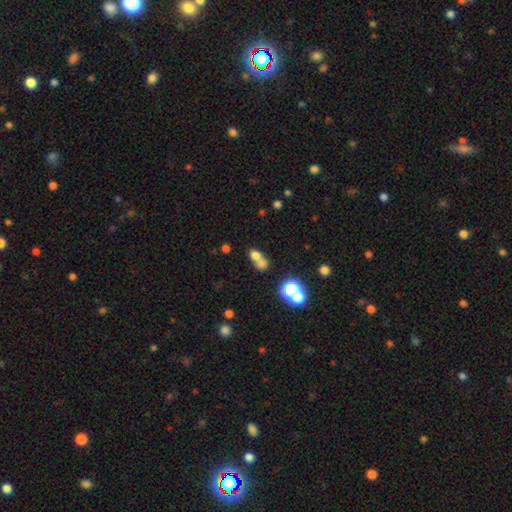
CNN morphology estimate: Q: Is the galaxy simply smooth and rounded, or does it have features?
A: smooth — 64%.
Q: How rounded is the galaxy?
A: round — 60%.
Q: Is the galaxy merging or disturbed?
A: merger — 55%.